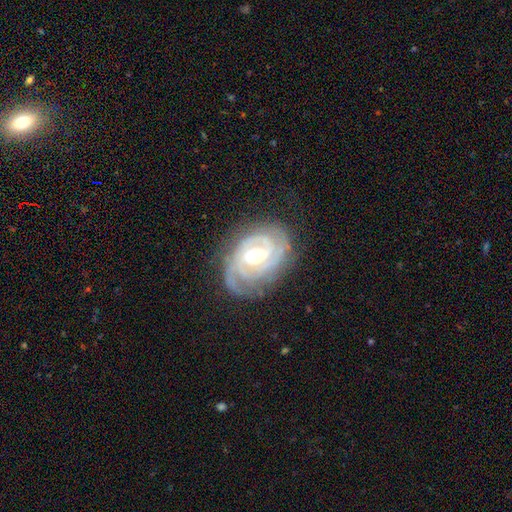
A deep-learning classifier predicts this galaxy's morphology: smooth-or-featured: featured or disk: 91% | smooth: 5% | star or artifact: 4%
  disk-edge-on: no: 97% | yes: 3%
    bar: weak: 52% | strong: 28% | no: 21%
    has-spiral-arms: yes: 98% | no: 2%
      spiral-winding: tight: 70% | medium: 26% | loose: 4%
      spiral-arm-count: 2: 42% | 3: 29% | can't tell: 14% | 4: 6% | 1: 5% | more than 4: 4%
    bulge-size: moderate: 67% | small: 27% | large: 5% | none: 1% | dominant: 1%
  merging: none: 76% | minor disturbance: 18% | major disturbance: 6% | merger: 1%